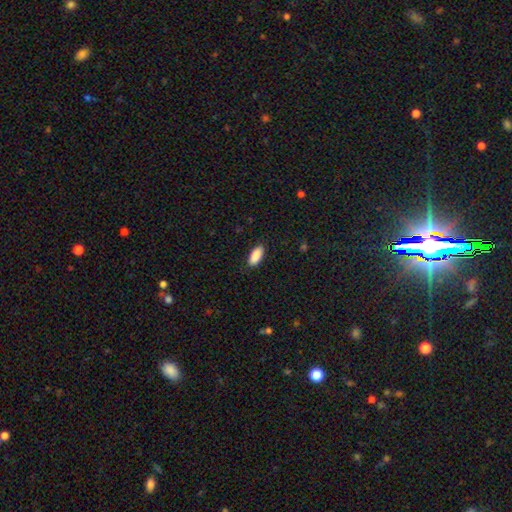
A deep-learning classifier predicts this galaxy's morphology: smooth_or_featured: smooth (p=0.90) [alt: star or artifact p=0.06]
how_rounded: in between (p=0.87) [alt: cigar-shaped p=0.11]
merging: none (p=0.87) [alt: minor disturbance p=0.10]